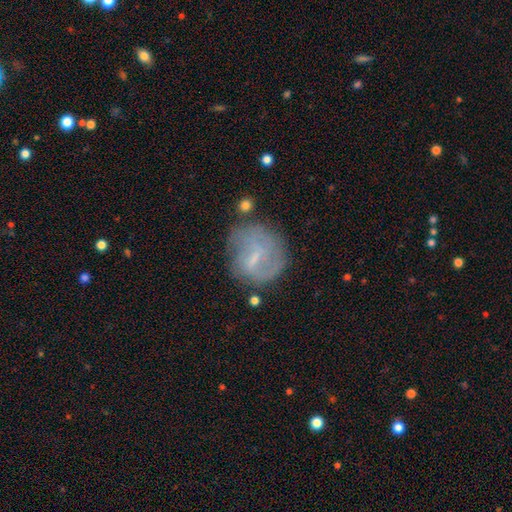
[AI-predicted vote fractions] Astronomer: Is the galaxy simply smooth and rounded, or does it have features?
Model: featured or disk — 56% (runner-up: smooth, 35%).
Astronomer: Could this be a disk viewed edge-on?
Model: no — 97%.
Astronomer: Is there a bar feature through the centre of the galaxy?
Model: weak — 55%.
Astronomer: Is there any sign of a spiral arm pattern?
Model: yes — 62% (runner-up: no, 38%).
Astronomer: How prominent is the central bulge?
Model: small — 52% (runner-up: none, 29%).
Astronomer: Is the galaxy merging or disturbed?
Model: none — 60%.